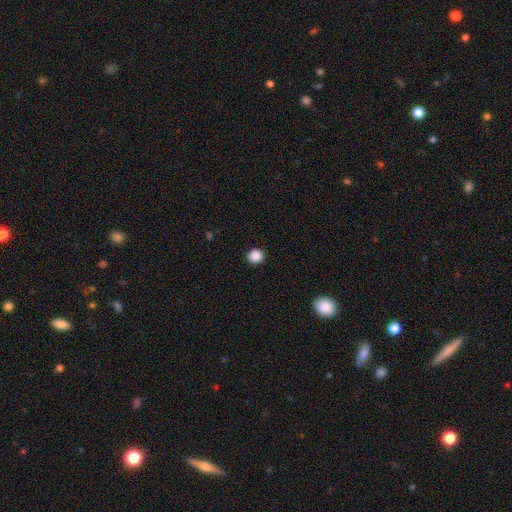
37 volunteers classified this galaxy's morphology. A smooth galaxy with no disk features (92%) that is round (94%).

Vote fractions:
- Smooth or featured? smooth: 92% / featured or disk: 5% / star or artifact: 3%
- How rounded? round: 94% / in between: 6% / cigar-shaped: 0%
- Merging? none: 89% / merger: 6% / minor disturbance: 3% / major disturbance: 3%